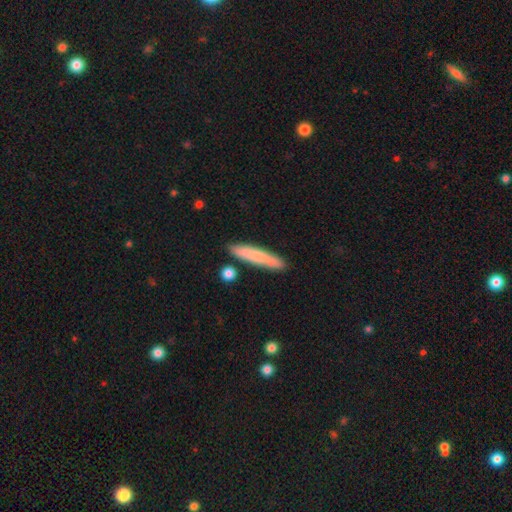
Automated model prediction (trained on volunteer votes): A smooth galaxy with no disk features (70%) that is cigar-shaped (90%).

Vote fractions:
- Smooth or featured? smooth: 70% / featured or disk: 24% / star or artifact: 6%
- How rounded? cigar-shaped: 90% / in between: 8% / round: 2%
- Merging? none: 83% / minor disturbance: 11% / merger: 4% / major disturbance: 2%